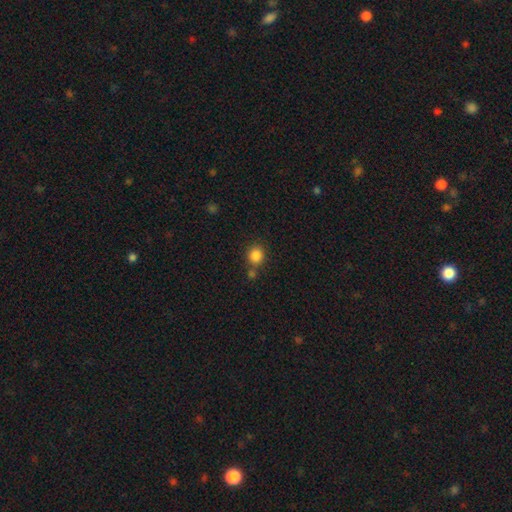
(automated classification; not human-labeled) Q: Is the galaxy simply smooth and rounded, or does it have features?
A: smooth — 85%.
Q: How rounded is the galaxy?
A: round — 87%.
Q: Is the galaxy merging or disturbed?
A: none — 70%.